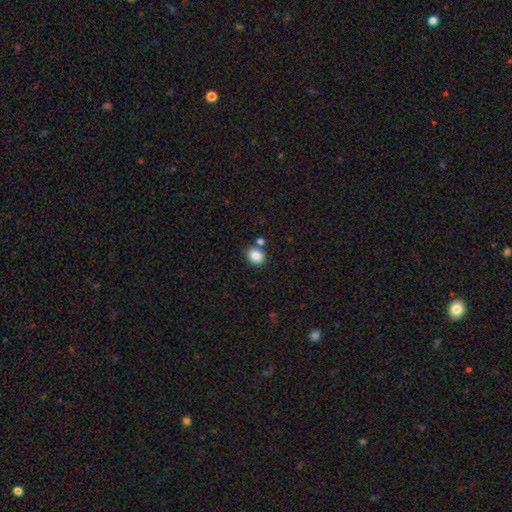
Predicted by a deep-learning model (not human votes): A smooth galaxy with no disk features (85%) that is round (63%). Merging: none (73%).